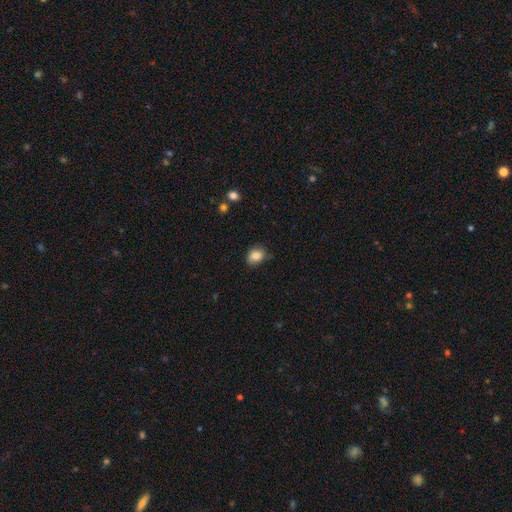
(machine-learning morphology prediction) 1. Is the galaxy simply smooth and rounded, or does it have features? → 84% smooth, 9% star or artifact, 7% featured or disk.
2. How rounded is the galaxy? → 55% in between, 44% round, 1% cigar-shaped.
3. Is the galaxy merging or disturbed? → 72% none, 23% minor disturbance, 4% major disturbance, 2% merger.